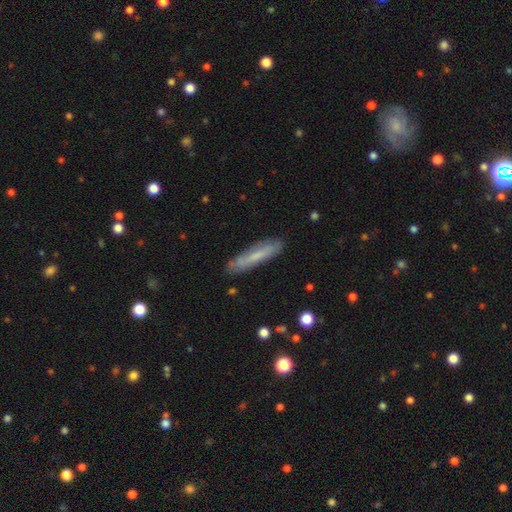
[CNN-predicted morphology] This appears to be a smooth galaxy with no disk features (58%) that is cigar-shaped (86%). Merging: none (82%).